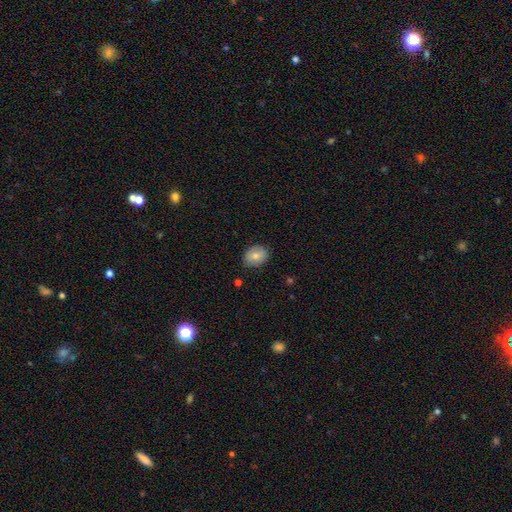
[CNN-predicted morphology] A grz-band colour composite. It shows a smooth galaxy with no disk features (74%) that is in between round and cigar-shaped (60%). Merging: none (82%).